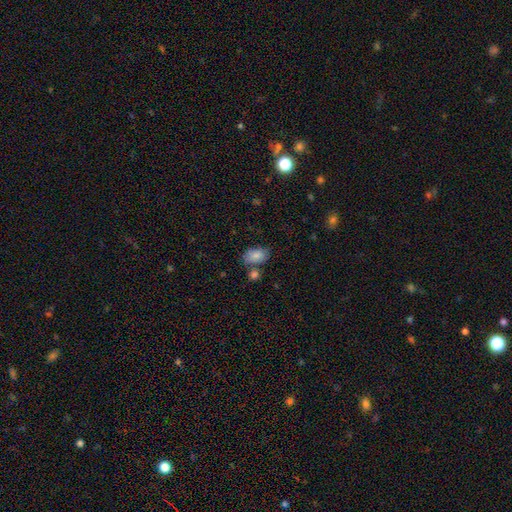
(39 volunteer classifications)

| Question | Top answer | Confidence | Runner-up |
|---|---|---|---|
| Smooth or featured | smooth | 85% | featured or disk (10%) |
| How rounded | in between | 88% | round (9%) |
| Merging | none | 59% | minor disturbance (22%) |